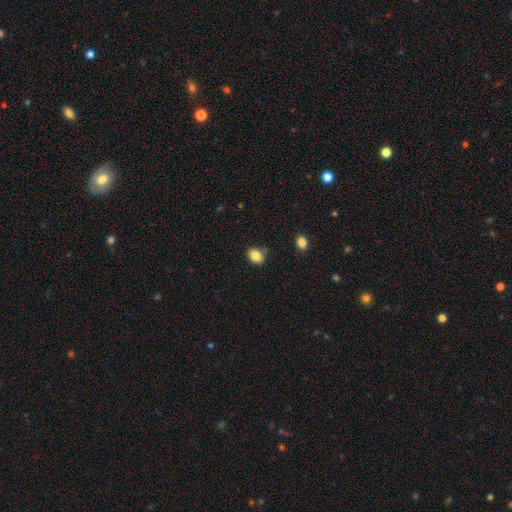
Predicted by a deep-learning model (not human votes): smooth_or_featured: smooth (p=0.83) [alt: star or artifact p=0.10]
how_rounded: in between (p=0.67) [alt: round p=0.32]
merging: none (p=0.75) [alt: minor disturbance p=0.17]